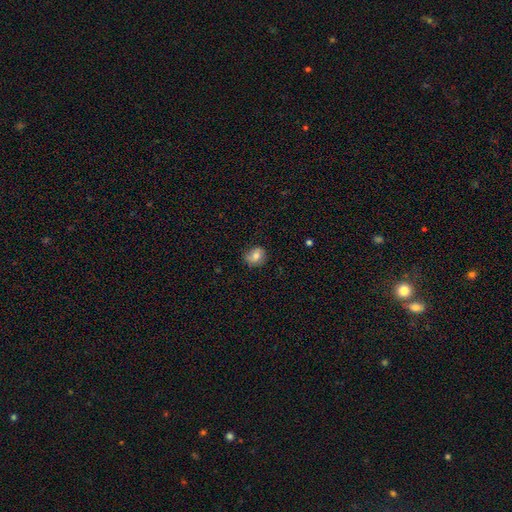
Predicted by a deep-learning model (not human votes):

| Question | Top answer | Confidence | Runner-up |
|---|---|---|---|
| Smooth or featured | smooth | 71% | featured or disk (20%) |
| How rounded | round | 66% | in between (33%) |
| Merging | none | 70% | minor disturbance (23%) |